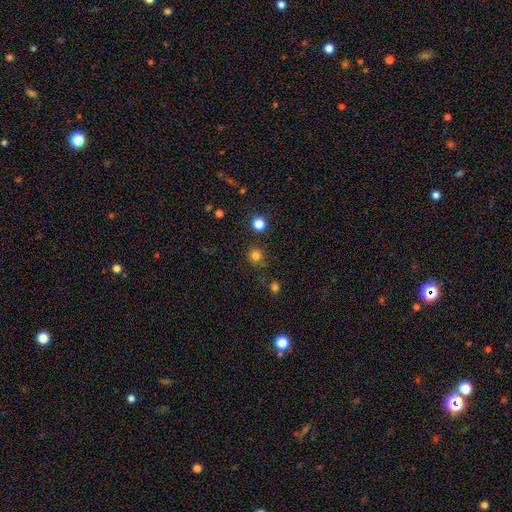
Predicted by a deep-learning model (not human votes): A smooth galaxy with no disk features (77%) that is round (92%).

Vote fractions:
- Smooth or featured? smooth: 77% / star or artifact: 18% / featured or disk: 5%
- How rounded? round: 92% / in between: 7% / cigar-shaped: 1%
- Merging? none: 81% / minor disturbance: 10% / merger: 5% / major disturbance: 4%